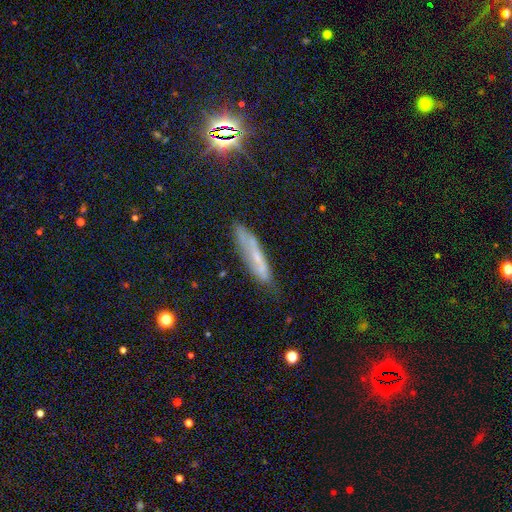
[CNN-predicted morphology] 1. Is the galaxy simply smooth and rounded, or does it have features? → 46% featured or disk, 39% smooth, 15% star or artifact.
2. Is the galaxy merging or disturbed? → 64% none, 25% minor disturbance, 8% major disturbance, 3% merger.